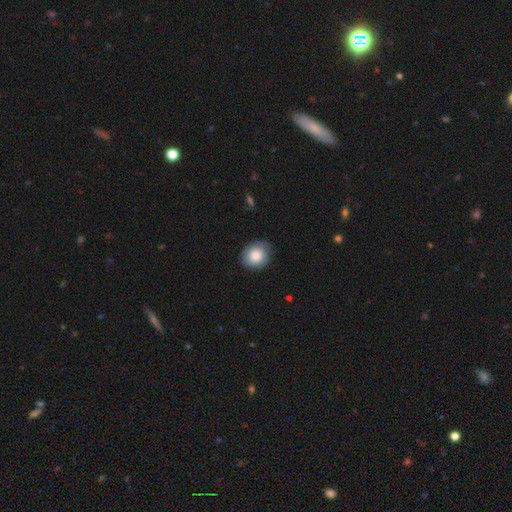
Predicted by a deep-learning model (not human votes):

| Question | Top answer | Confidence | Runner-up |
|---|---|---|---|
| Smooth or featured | smooth | 80% | featured or disk (13%) |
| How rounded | round | 61% | in between (38%) |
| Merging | none | 76% | minor disturbance (19%) |